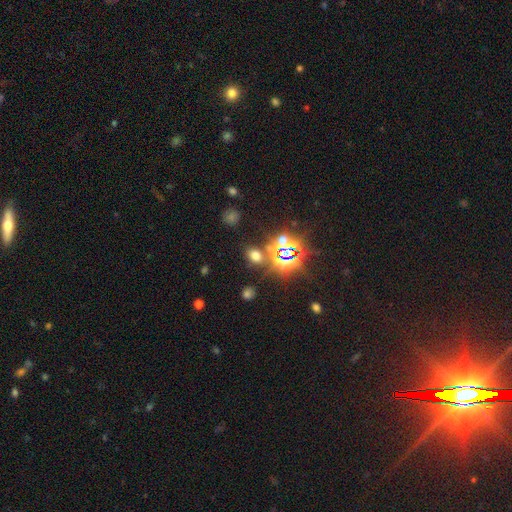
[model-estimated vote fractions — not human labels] smooth-or-featured: smooth: 49% | star or artifact: 43% | featured or disk: 8%
  merging: none: 79% | minor disturbance: 10% | merger: 7% | major disturbance: 5%